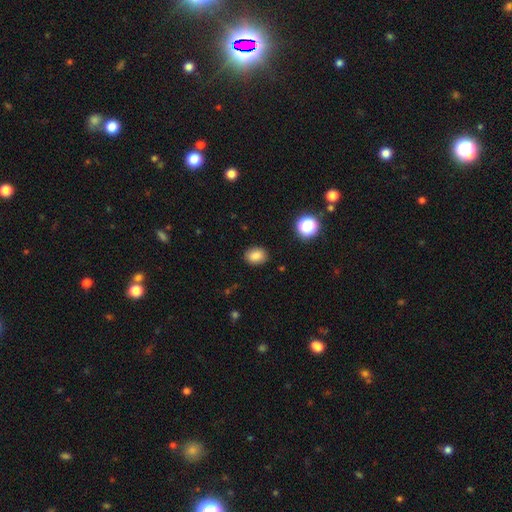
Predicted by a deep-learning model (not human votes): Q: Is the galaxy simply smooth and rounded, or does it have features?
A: smooth — 85%.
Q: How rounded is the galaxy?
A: in between — 60%.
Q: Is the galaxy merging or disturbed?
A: none — 87%.